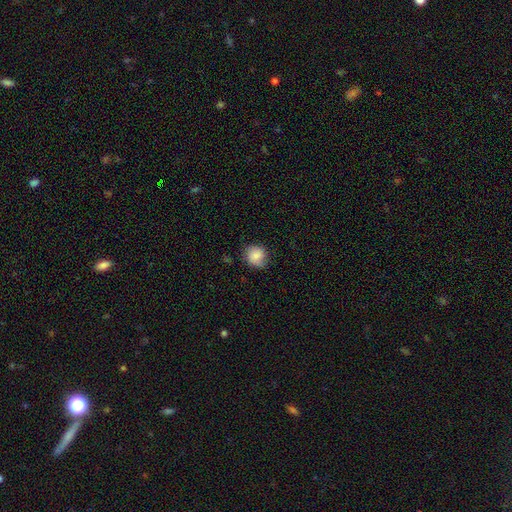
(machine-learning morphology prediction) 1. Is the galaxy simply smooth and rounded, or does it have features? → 80% smooth, 12% featured or disk, 8% star or artifact.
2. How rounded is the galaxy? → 81% round, 18% in between, 1% cigar-shaped.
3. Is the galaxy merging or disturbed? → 73% none, 21% minor disturbance, 5% major disturbance, 1% merger.